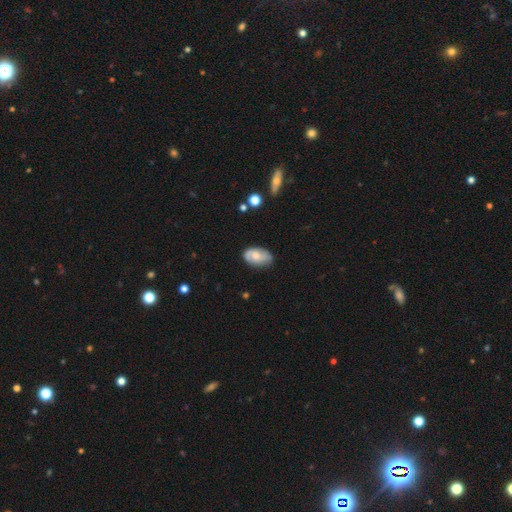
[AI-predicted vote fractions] Smooth or featured?
  - smooth: 52% *
  - featured or disk: 40%
  - star or artifact: 8%
How rounded?
  - in between: 90% *
  - round: 8%
  - cigar-shaped: 2%
Merging?
  - none: 72% *
  - minor disturbance: 22%
  - major disturbance: 5%
  - merger: 2%